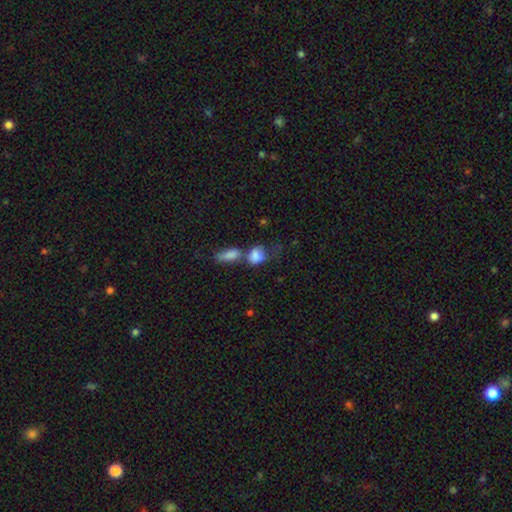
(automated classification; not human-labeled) This is clearly a smooth galaxy (80%). How rounded: likely in between (71%). Merging: possibly merger (59%).